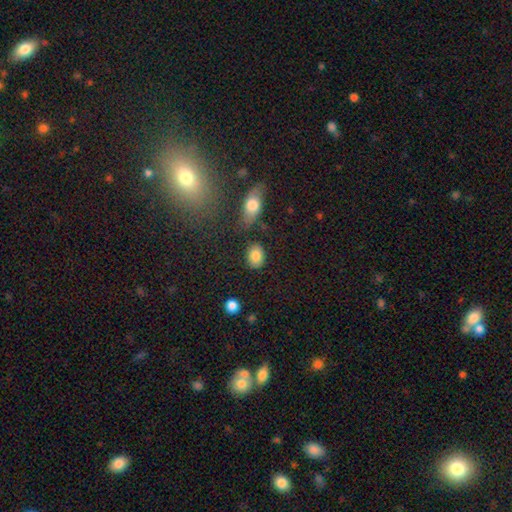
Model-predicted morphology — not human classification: type=smooth (85%); roundness=in between (64%); merging=none (82%).